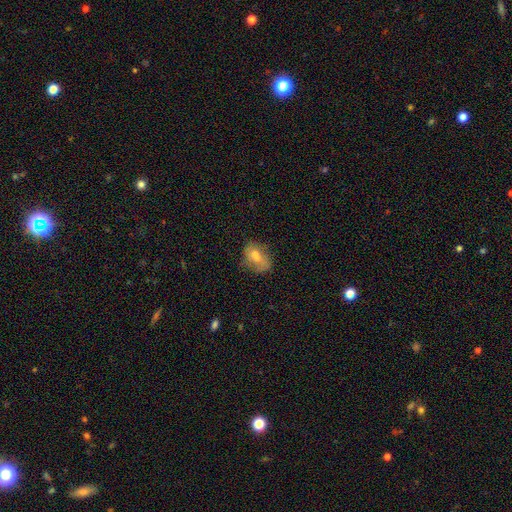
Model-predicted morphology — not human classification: smooth_or_featured: smooth (p=0.62) [alt: featured or disk p=0.28]
how_rounded: in between (p=0.71) [alt: round p=0.28]
merging: none (p=0.50) [alt: minor disturbance p=0.28]